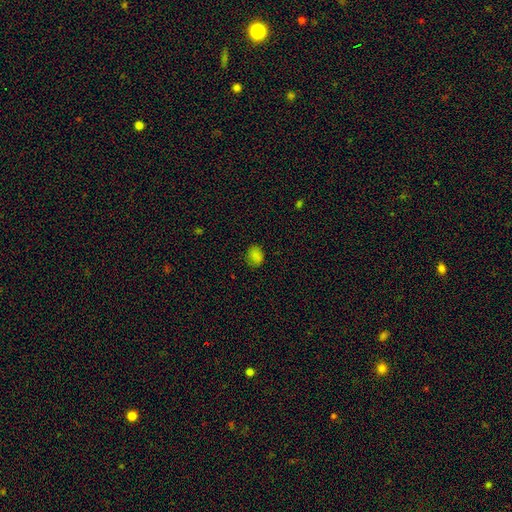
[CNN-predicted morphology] smooth 80%, star or artifact 15%, featured or disk 4%. Down the decision tree: how rounded — in between (60%); merging — none (77%).